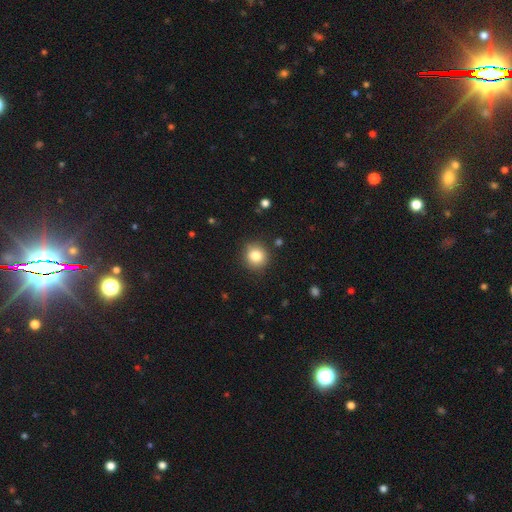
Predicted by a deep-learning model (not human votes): smooth-or-featured: smooth: 82% | star or artifact: 11% | featured or disk: 7%
  how-rounded: round: 89% | in between: 10% | cigar-shaped: 1%
  merging: none: 88% | minor disturbance: 8% | major disturbance: 2% | merger: 2%